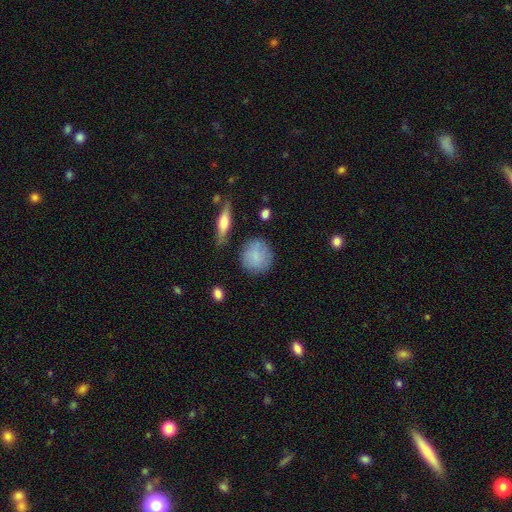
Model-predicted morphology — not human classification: A smooth galaxy with no disk features (82%) that is round (91%). Merging: none (80%).